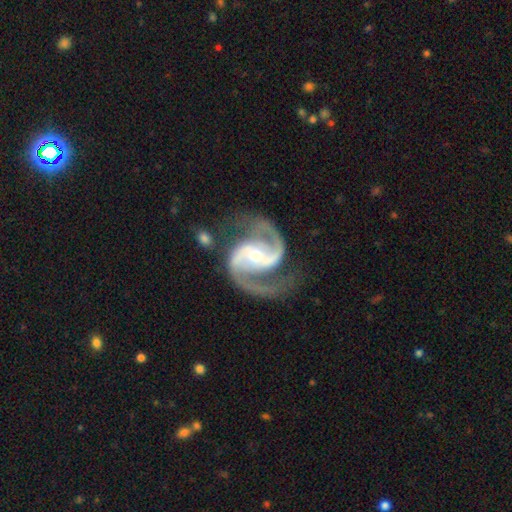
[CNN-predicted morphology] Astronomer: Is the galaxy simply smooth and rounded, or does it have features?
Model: featured or disk — 94%.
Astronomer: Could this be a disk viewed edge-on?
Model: no — 98%.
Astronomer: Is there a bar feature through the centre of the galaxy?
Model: strong — 38% (runner-up: weak, 36%).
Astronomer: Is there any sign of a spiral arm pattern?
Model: yes — 99%.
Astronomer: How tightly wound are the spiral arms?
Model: medium — 67%.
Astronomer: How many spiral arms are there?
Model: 2 — 94%.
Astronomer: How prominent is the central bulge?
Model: moderate — 55% (runner-up: small, 41%).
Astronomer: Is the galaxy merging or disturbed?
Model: none — 74%.